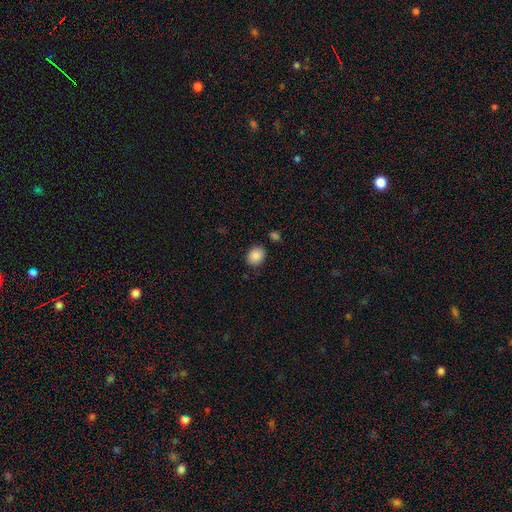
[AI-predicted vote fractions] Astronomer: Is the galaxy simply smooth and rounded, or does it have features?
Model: smooth — 88%.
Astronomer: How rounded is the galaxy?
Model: in between — 52% (runner-up: round, 47%).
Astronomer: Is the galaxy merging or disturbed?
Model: none — 83%.